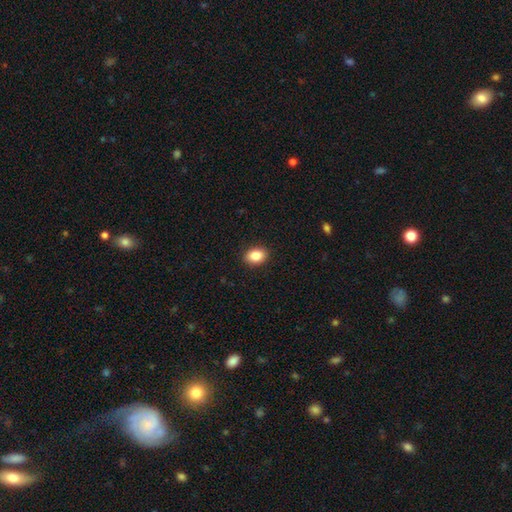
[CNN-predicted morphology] smooth_or_featured: smooth (p=0.85) [alt: star or artifact p=0.09]
how_rounded: in between (p=0.74) [alt: round p=0.25]
merging: none (p=0.91) [alt: minor disturbance p=0.07]